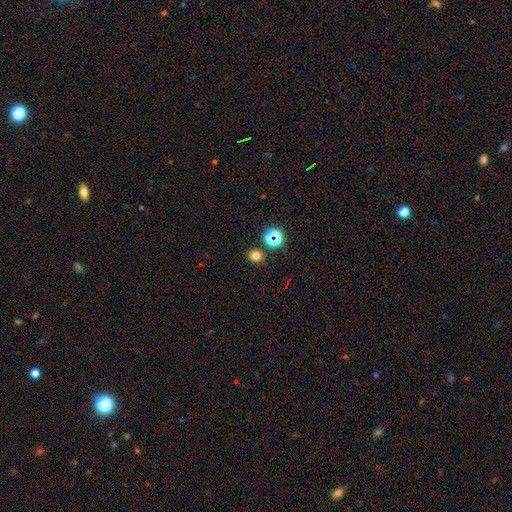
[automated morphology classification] Smooth or featured? Predicted: smooth (p=0.73). How rounded? Predicted: round (p=0.70). Merging? Predicted: none (p=0.85).